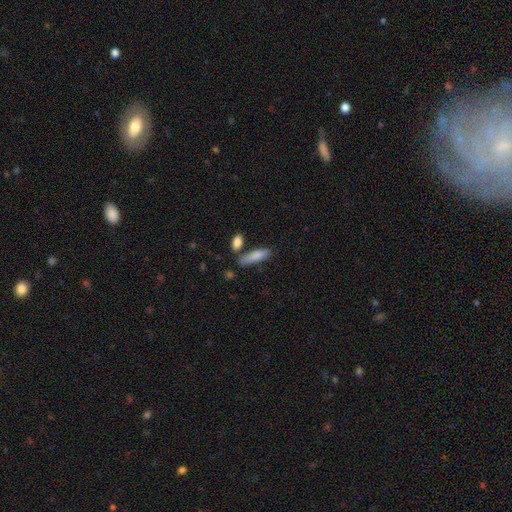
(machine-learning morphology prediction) A smooth galaxy with no disk features (84%) that is cigar-shaped (62%).

Vote fractions:
- Smooth or featured? smooth: 84% / featured or disk: 10% / star or artifact: 6%
- How rounded? cigar-shaped: 62% / in between: 36% / round: 2%
- Merging? none: 70% / minor disturbance: 15% / merger: 11% / major disturbance: 4%